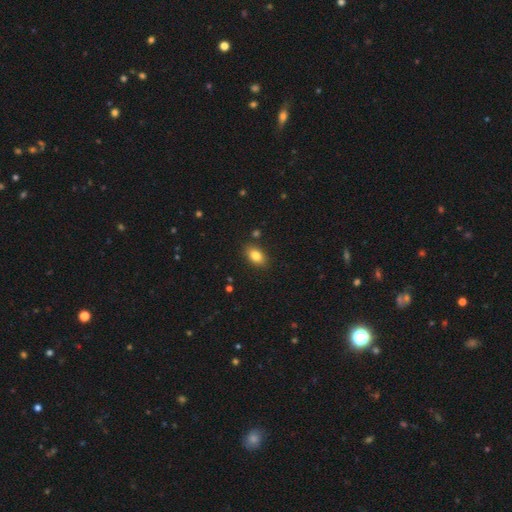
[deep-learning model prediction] Smooth or featured? Predicted: smooth (p=0.83). How rounded? Predicted: in between (p=0.87). Merging? Predicted: none (p=0.85).